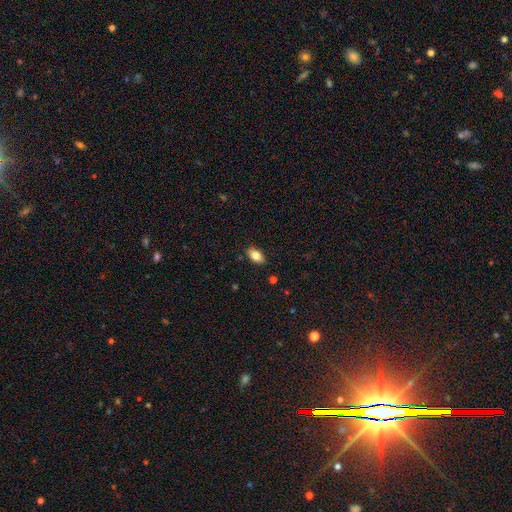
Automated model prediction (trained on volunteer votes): Morphology: type=smooth (80%); roundness=in between (89%); merging=none (86%).